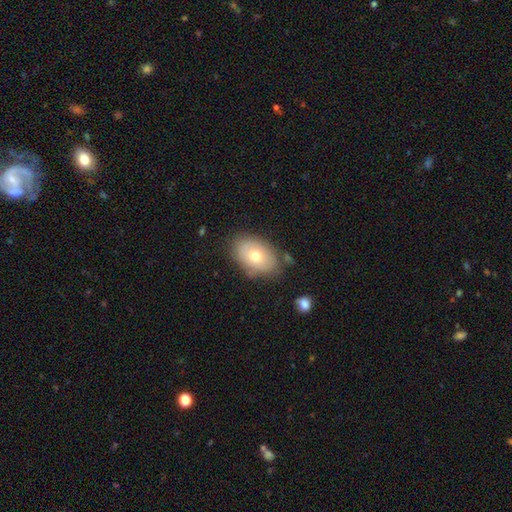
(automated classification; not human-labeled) smooth-or-featured: smooth: 68% | featured or disk: 24% | star or artifact: 8%
  how-rounded: in between: 85% | round: 14% | cigar-shaped: 1%
  merging: none: 76% | minor disturbance: 17% | major disturbance: 4% | merger: 3%